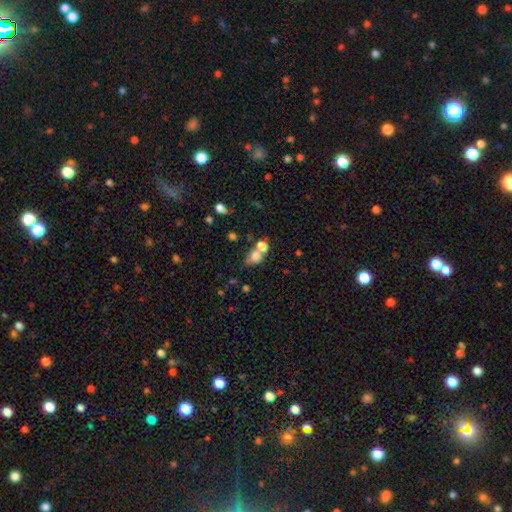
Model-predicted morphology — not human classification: Smooth or featured?
  - smooth: 72% *
  - star or artifact: 15%
  - featured or disk: 13%
How rounded?
  - round: 60% *
  - in between: 38%
  - cigar-shaped: 2%
Merging?
  - merger: 43% *
  - none: 35%
  - minor disturbance: 13%
  - major disturbance: 9%